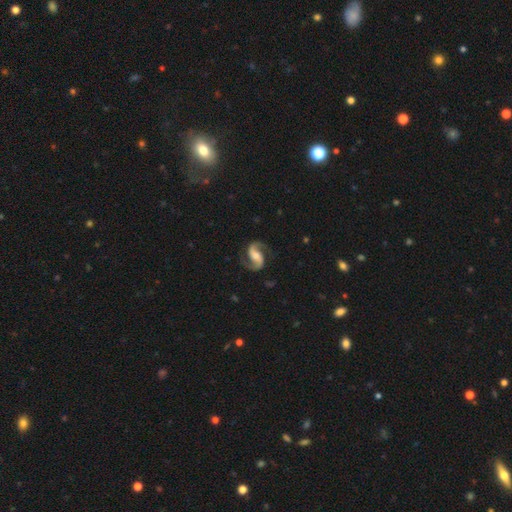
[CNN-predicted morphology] This appears to be a featured or disk galaxy (93%) with a weak bar (40%), 2 (95%) medium (56%) spiral arms (98%) and a moderate central bulge (48%). Merging: none (83%).